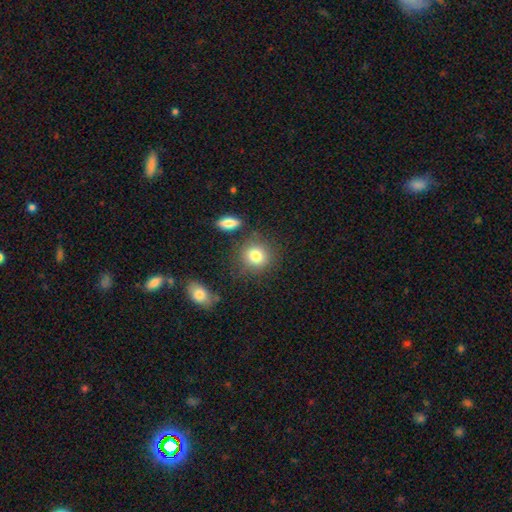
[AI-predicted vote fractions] A smooth galaxy with no disk features (82%) that is round (84%).

Vote fractions:
- Smooth or featured? smooth: 82% / star or artifact: 10% / featured or disk: 8%
- How rounded? round: 84% / in between: 15% / cigar-shaped: 1%
- Merging? none: 77% / minor disturbance: 12% / merger: 7% / major disturbance: 4%